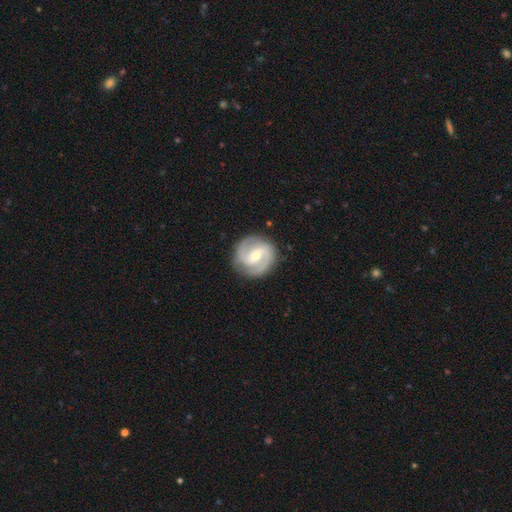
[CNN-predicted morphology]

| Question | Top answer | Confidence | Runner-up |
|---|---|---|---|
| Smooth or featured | featured or disk | 86% | smooth (9%) |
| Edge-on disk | no | 98% | yes (2%) |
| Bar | weak | 47% | strong (28%) |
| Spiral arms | yes | 96% | no (4%) |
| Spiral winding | medium | 52% | tight (35%) |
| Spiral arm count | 2 | 87% | 3 (5%) |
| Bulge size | small | 53% | moderate (44%) |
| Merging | none | 86% | minor disturbance (10%) |